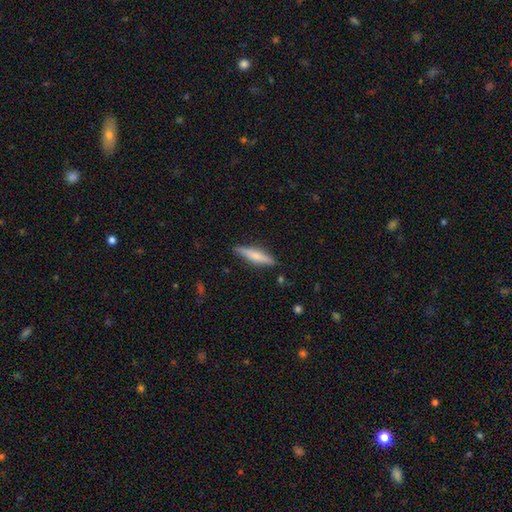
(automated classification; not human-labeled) A smooth galaxy with no disk features (60%) that is cigar-shaped (82%).

Vote fractions:
- Smooth or featured? smooth: 60% / featured or disk: 34% / star or artifact: 6%
- How rounded? cigar-shaped: 82% / in between: 16% / round: 2%
- Merging? none: 86% / minor disturbance: 10% / major disturbance: 2% / merger: 1%